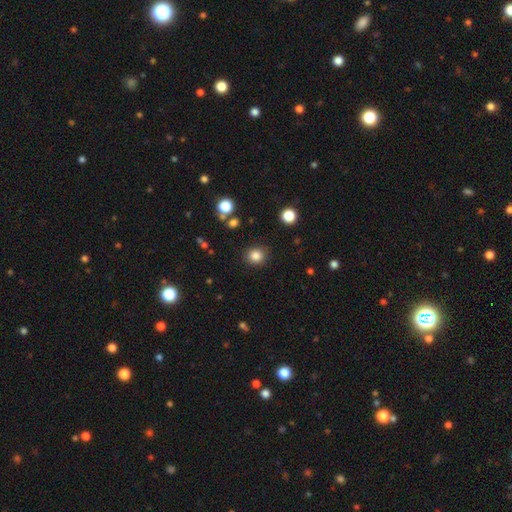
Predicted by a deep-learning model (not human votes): Overall: smooth (84%). How rounded: round (87%). Merging: none (88%).